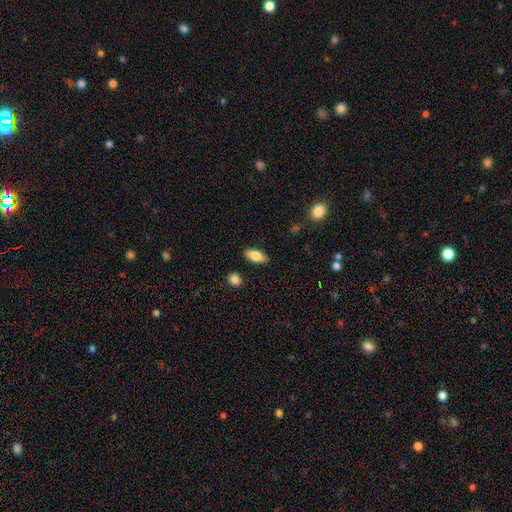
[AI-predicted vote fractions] Q: Smooth or featured?
A: smooth (82%); runner-up: featured or disk (12%)
Q: How rounded?
A: in between (87%); runner-up: cigar-shaped (11%)
Q: Merging?
A: none (87%); runner-up: minor disturbance (9%)